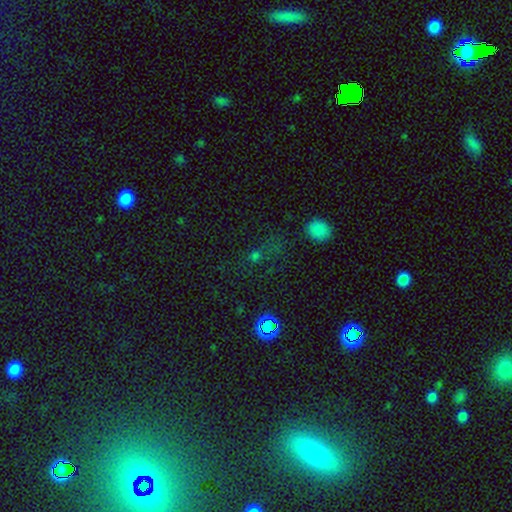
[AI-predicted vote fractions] A star or artifact, not a galaxy (52%).